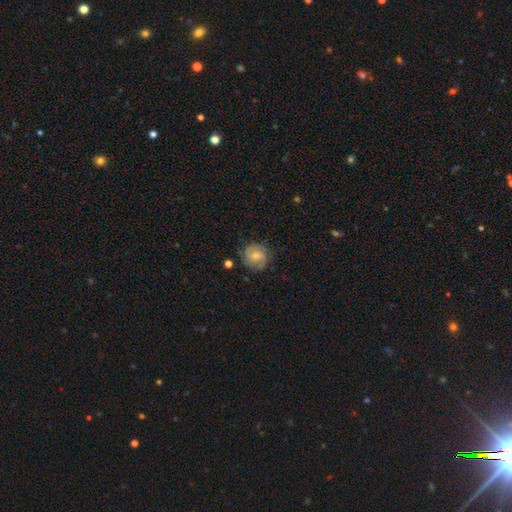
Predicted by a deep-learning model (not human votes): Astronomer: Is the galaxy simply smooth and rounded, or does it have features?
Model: featured or disk — 56% (runner-up: smooth, 37%).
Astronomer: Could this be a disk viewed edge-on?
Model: no — 98%.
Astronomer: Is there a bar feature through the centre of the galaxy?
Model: no — 63%.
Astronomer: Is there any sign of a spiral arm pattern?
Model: yes — 88%.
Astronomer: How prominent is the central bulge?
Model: small — 53% (runner-up: moderate, 40%).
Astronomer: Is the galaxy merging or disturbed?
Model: none — 74%.